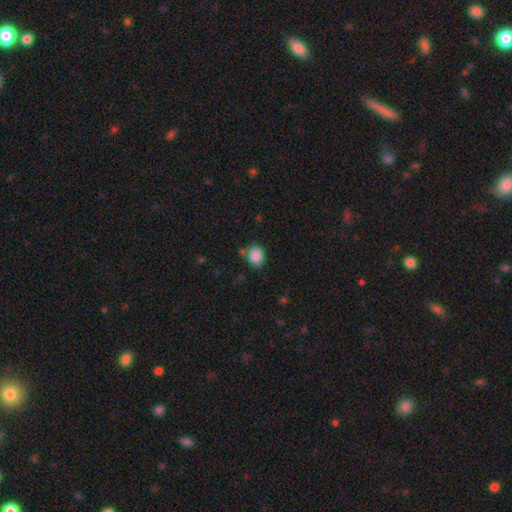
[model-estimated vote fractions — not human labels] Smooth or featured: smooth — 87% (star or artifact — 9%)
How rounded: round — 50% (in between — 49%)
Merging: none — 74% (minor disturbance — 15%)